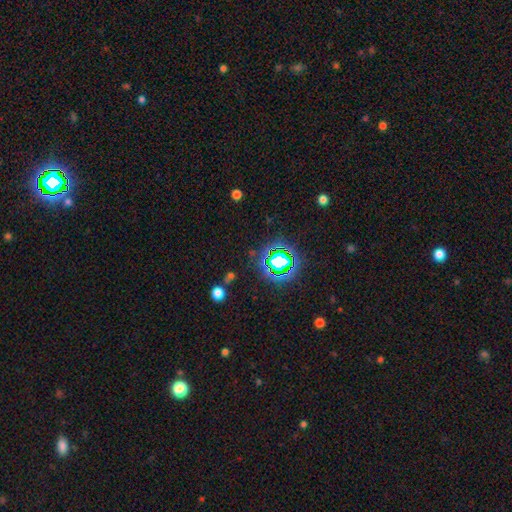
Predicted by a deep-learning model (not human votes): Smooth or featured? star or artifact (79%)